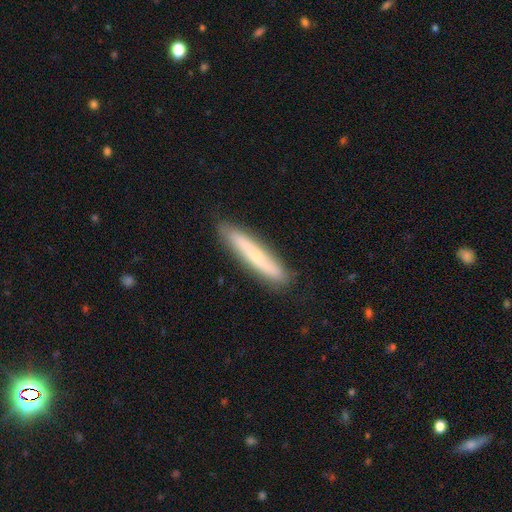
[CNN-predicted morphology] Smooth or featured? Predicted: smooth (p=0.49). Merging? Predicted: none (p=0.87).